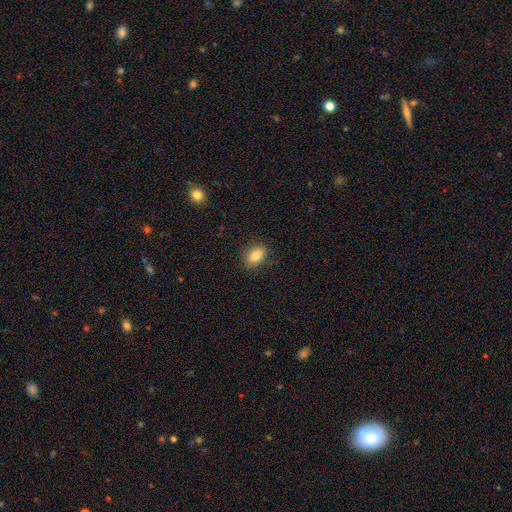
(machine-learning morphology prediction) Smooth or featured?
  - smooth: 83% *
  - star or artifact: 9%
  - featured or disk: 8%
How rounded?
  - in between: 81% *
  - round: 17%
  - cigar-shaped: 2%
Merging?
  - none: 86% *
  - minor disturbance: 11%
  - major disturbance: 3%
  - merger: 1%